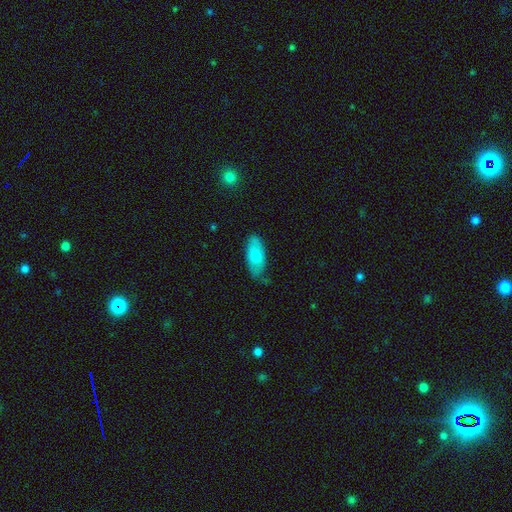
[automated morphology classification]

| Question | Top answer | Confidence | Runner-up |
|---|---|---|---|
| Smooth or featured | smooth | 78% | featured or disk (16%) |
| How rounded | in between | 85% | cigar-shaped (12%) |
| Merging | none | 69% | minor disturbance (24%) |